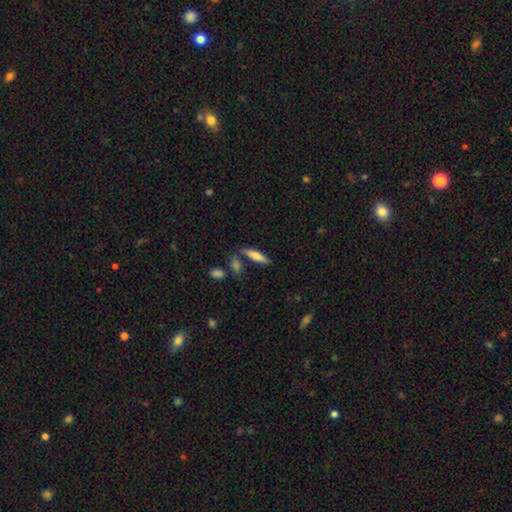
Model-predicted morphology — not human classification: Overall: smooth (67%; featured or disk 27%). How rounded: cigar-shaped (69%). Merging: none (73%).